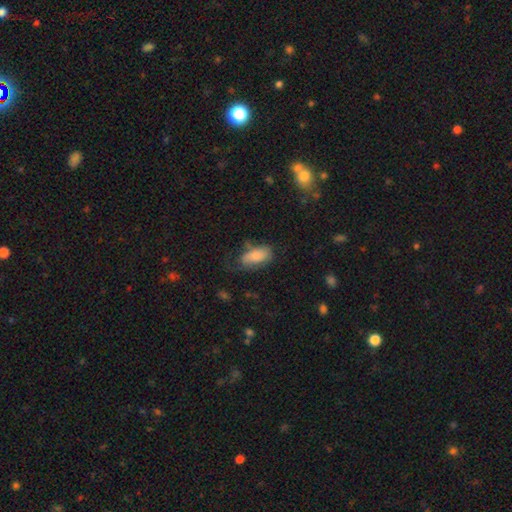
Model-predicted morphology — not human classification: A smooth galaxy with no disk features (78%) that is in between round and cigar-shaped (91%). Merging: none (52%).